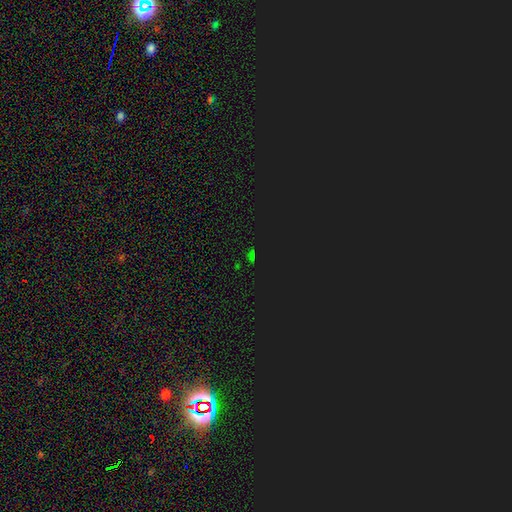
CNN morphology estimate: type=star or artifact (74%).